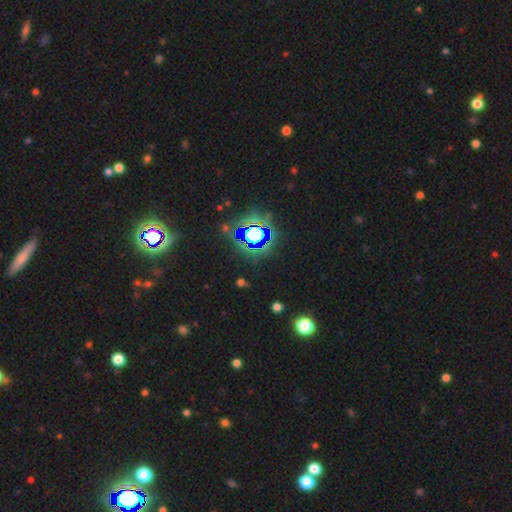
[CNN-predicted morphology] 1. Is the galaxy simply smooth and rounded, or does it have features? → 80% star or artifact, 12% smooth, 7% featured or disk.